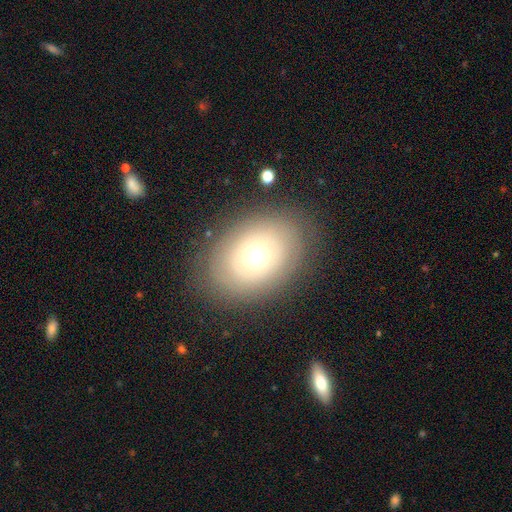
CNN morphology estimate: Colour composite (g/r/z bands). It shows a smooth galaxy with no disk features (58%) that is in between round and cigar-shaped (73%). Merging: none (83%).